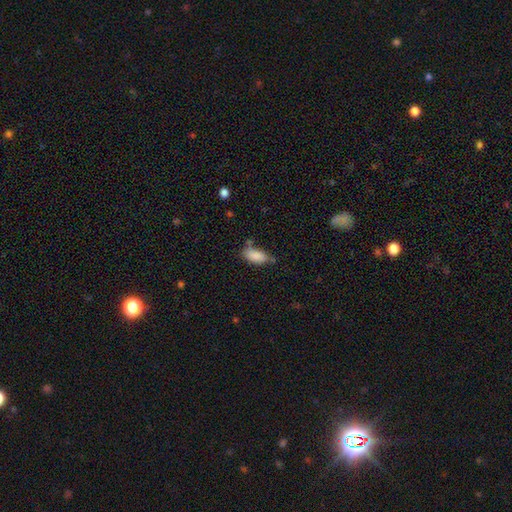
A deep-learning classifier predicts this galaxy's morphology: This is clearly a smooth galaxy (86%). How rounded: clearly in between (90%). Merging: possibly none (60%).